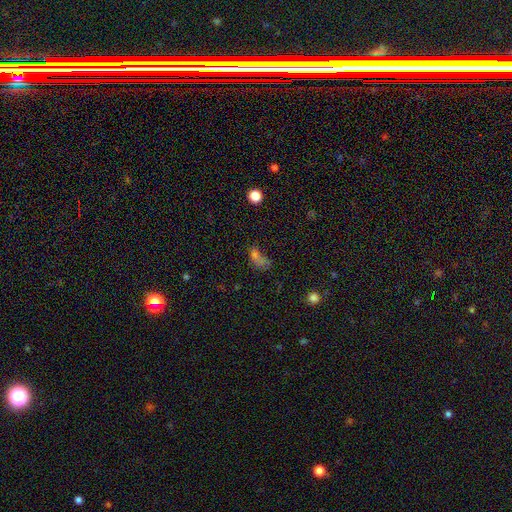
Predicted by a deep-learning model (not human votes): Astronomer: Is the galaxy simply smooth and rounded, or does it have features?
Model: smooth — 55%.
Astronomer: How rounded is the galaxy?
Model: in between — 71%.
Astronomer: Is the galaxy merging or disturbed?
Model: merger — 33% (runner-up: none, 30%).